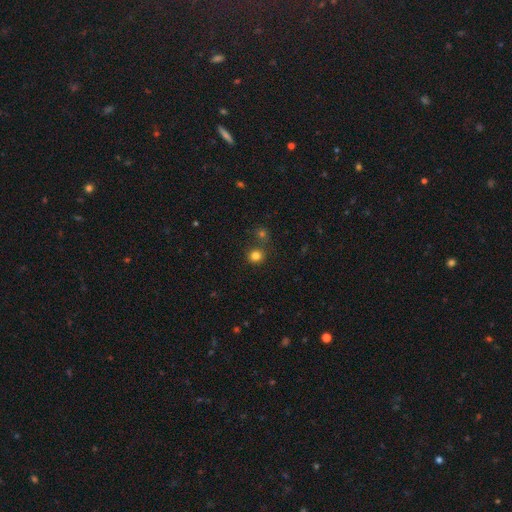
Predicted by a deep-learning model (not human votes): A smooth galaxy with no disk features (80%) that is round (87%).

Vote fractions:
- Smooth or featured? smooth: 80% / star or artifact: 15% / featured or disk: 5%
- How rounded? round: 87% / in between: 12% / cigar-shaped: 1%
- Merging? none: 74% / merger: 15% / minor disturbance: 8% / major disturbance: 3%